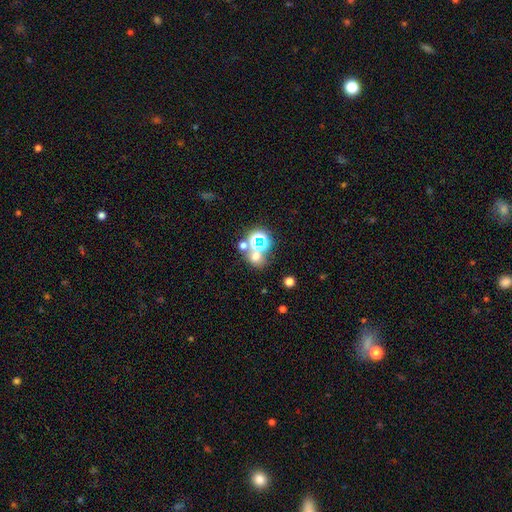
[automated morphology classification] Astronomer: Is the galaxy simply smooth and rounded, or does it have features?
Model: smooth — 54% (runner-up: star or artifact, 34%).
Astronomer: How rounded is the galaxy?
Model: round — 75%.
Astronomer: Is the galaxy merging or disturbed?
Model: none — 56%.